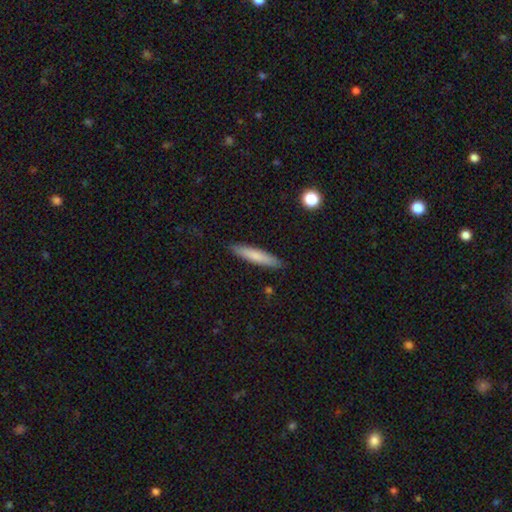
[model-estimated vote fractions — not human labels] A smooth galaxy with no disk features (77%) that is cigar-shaped (89%).

Vote fractions:
- Smooth or featured? smooth: 77% / featured or disk: 18% / star or artifact: 6%
- How rounded? cigar-shaped: 89% / in between: 10% / round: 1%
- Merging? none: 90% / minor disturbance: 8% / major disturbance: 2% / merger: 1%